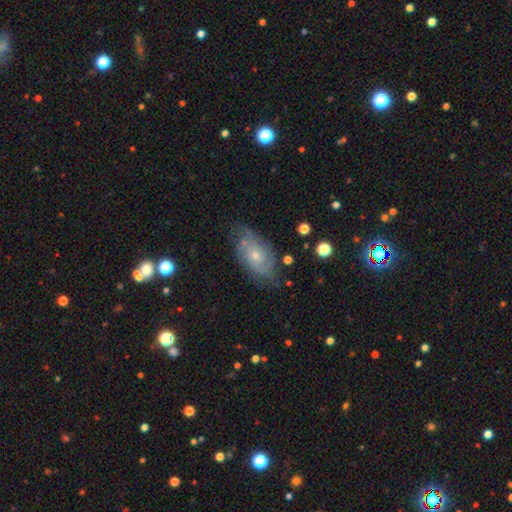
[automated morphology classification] Smooth or featured?
  - featured or disk: 70% *
  - smooth: 23%
  - star or artifact: 7%
Edge-on disk?
  - no: 94% *
  - yes: 6%
Bar?
  - no: 76% *
  - weak: 21%
  - strong: 3%
Spiral arms?
  - yes: 86% *
  - no: 14%
Spiral winding?
  - tight: 51% *
  - medium: 36%
  - loose: 13%
Spiral arm count?
  - can't tell: 41% *
  - 2: 37%
  - 3: 10%
  - 4: 4%
  - 1: 4%
  - more than 4: 3%
Bulge size?
  - small: 60% *
  - moderate: 35%
  - none: 2%
  - large: 2%
  - dominant: 1%
Merging?
  - none: 63% *
  - minor disturbance: 25%
  - major disturbance: 9%
  - merger: 2%